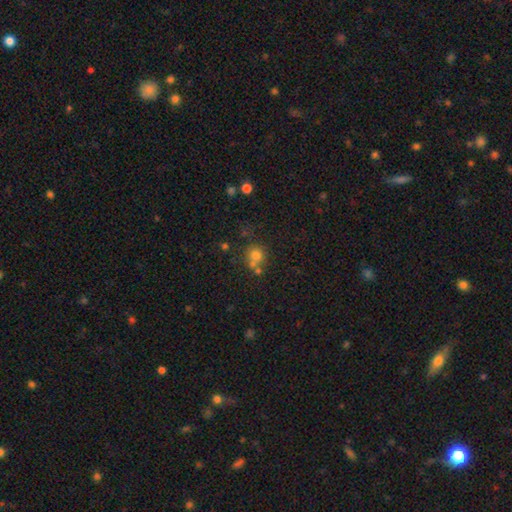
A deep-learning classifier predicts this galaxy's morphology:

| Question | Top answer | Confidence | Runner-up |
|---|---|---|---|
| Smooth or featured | smooth | 71% | star or artifact (18%) |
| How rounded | round | 84% | in between (15%) |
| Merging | none | 54% | merger (31%) |